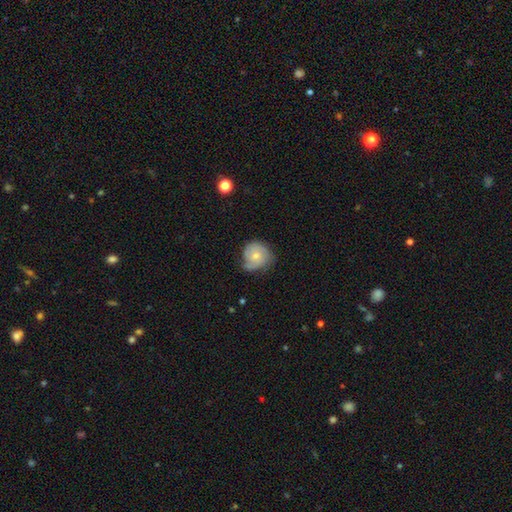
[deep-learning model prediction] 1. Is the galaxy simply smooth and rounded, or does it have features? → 50% featured or disk, 43% smooth, 7% star or artifact.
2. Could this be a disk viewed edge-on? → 98% no, 2% yes.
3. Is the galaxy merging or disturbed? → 55% none, 33% minor disturbance, 10% major disturbance, 2% merger.